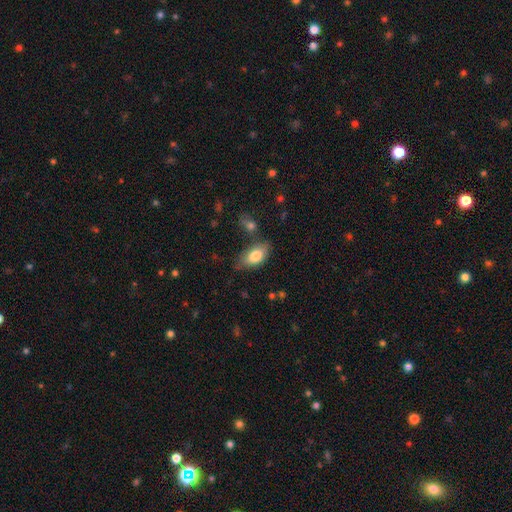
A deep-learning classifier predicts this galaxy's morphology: smooth_or_featured: smooth (p=0.79) [alt: featured or disk p=0.14]
how_rounded: in between (p=0.91) [alt: cigar-shaped p=0.04]
merging: none (p=0.65) [alt: minor disturbance p=0.22]